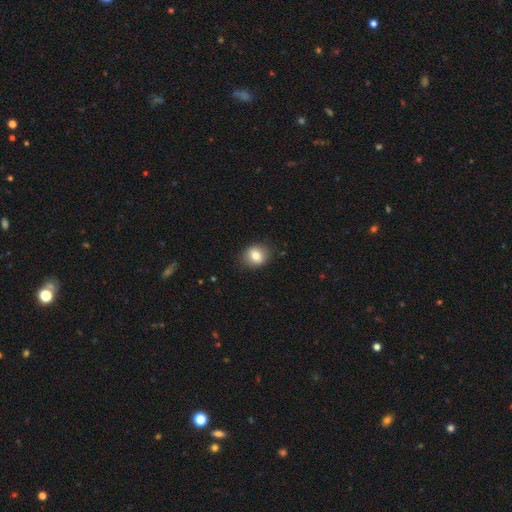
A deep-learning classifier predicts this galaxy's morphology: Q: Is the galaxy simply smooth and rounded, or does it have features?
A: smooth — 80%.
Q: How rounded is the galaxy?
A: round — 64%.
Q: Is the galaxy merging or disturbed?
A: none — 85%.